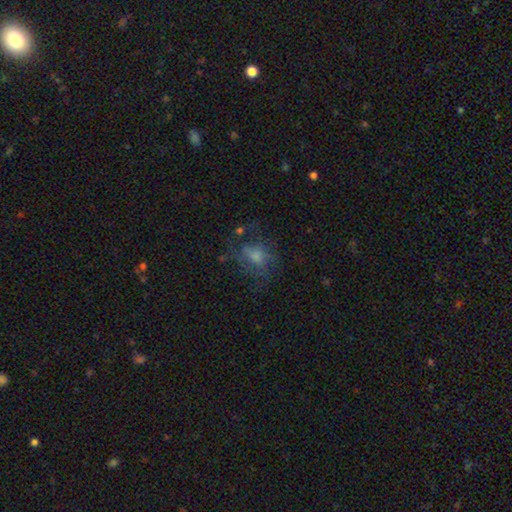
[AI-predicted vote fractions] smooth_or_featured: smooth (p=0.42) [alt: featured or disk p=0.39]
merging: none (p=0.55) [alt: major disturbance p=0.22]